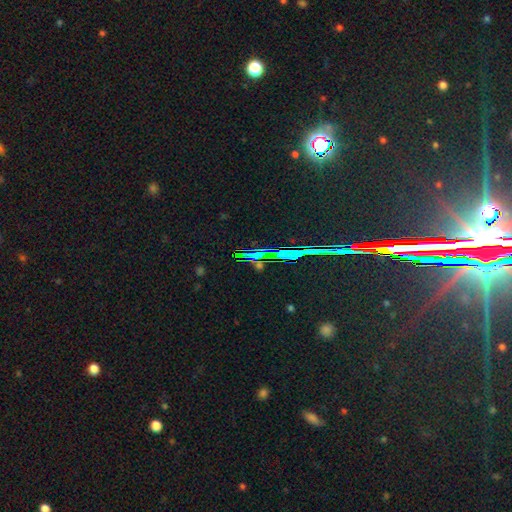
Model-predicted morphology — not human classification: smooth-or-featured: star or artifact: 73% | smooth: 17% | featured or disk: 10%